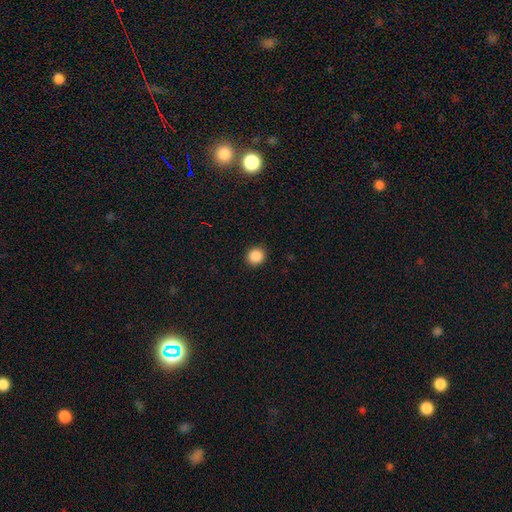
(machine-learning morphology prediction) A smooth galaxy with no disk features (87%) that is round (88%). Merging: none (92%).